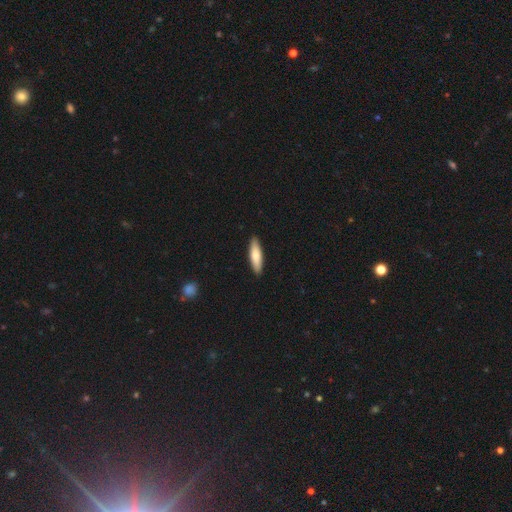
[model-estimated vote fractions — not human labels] The model was most divided on "how rounded": cigar-shaped: 67%, in between: 31%, round: 2%. More confident: merging — none (91%); smooth or featured — smooth (76%).